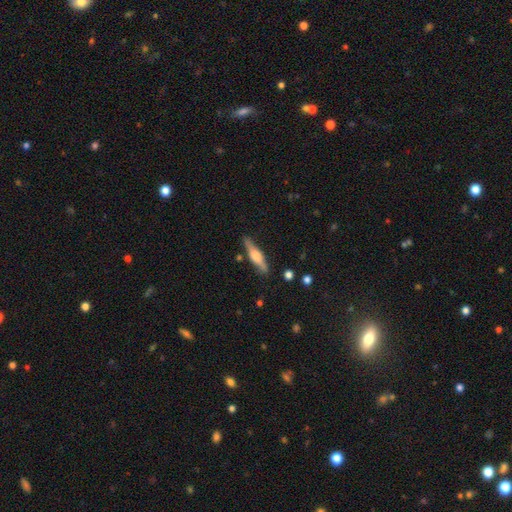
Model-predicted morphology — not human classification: Smooth or featured?
  - featured or disk: 57% *
  - smooth: 37%
  - star or artifact: 6%
Edge-on disk?
  - yes: 95% *
  - no: 5%
Edge-on bulge?
  - rounded: 81% *
  - boxy: 15%
  - none: 5%
Merging?
  - none: 85% *
  - minor disturbance: 11%
  - major disturbance: 2%
  - merger: 2%